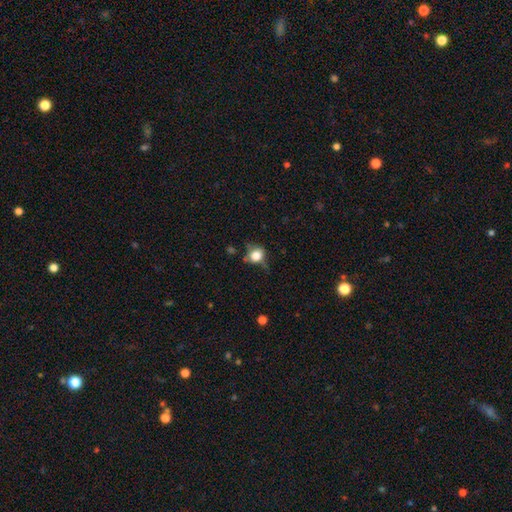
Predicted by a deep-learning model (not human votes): smooth 76%, featured or disk 13%, star or artifact 11%. Down the decision tree: how rounded — round (69%); merging — none (51%).